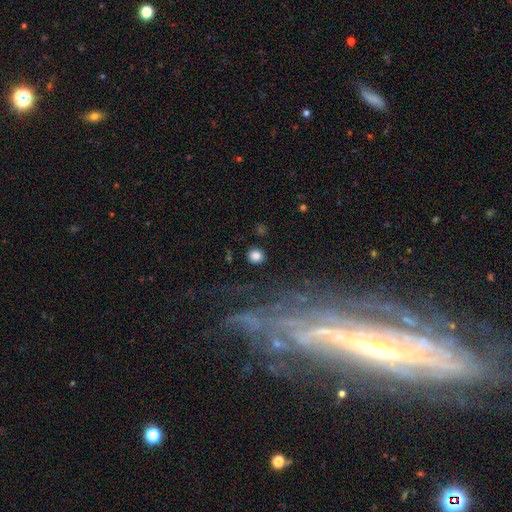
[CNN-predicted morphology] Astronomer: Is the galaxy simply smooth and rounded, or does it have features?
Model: smooth — 82%.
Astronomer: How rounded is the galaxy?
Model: round — 90%.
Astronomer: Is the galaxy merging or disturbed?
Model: none — 88%.